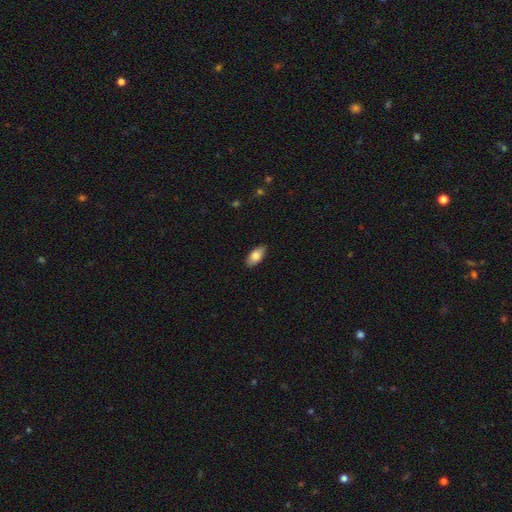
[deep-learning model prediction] This is clearly a smooth galaxy (82%). How rounded: clearly in between (92%). Merging: clearly none (87%).